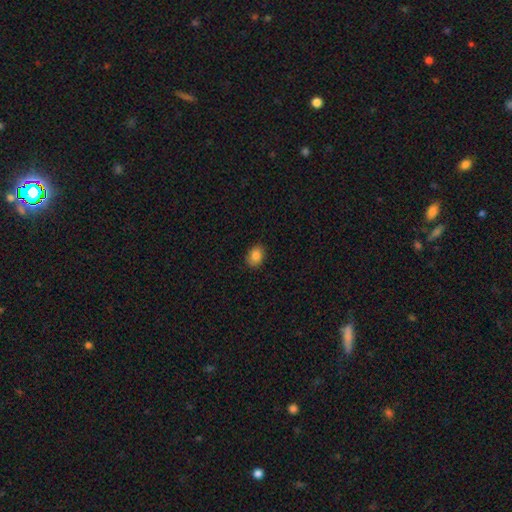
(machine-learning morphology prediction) smooth_or_featured: smooth (p=0.85) [alt: star or artifact p=0.09]
how_rounded: in between (p=0.65) [alt: round p=0.34]
merging: none (p=0.87) [alt: minor disturbance p=0.10]